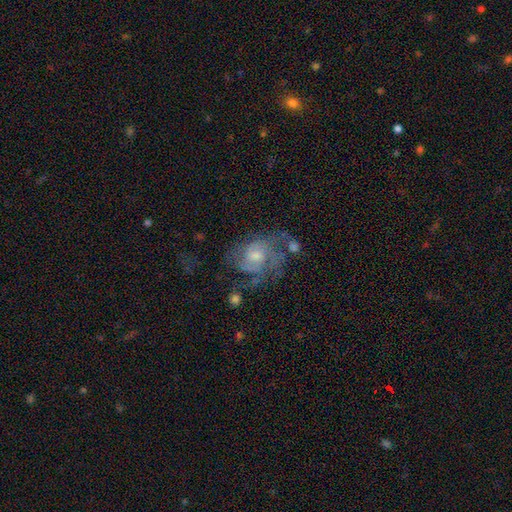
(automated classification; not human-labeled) Morphology: type=featured or disk (74%); edge-on=no (97%); bar=no (64%); spiral arms=yes (84%); winding=medium (43%); arm count=can't tell (37%); bulge=moderate (47%); merging=none (46%).